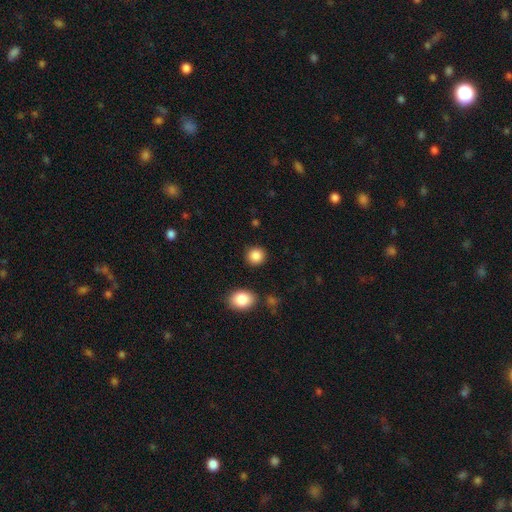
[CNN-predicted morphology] Overall: smooth (87%). How rounded: round (86%). Merging: none (89%).